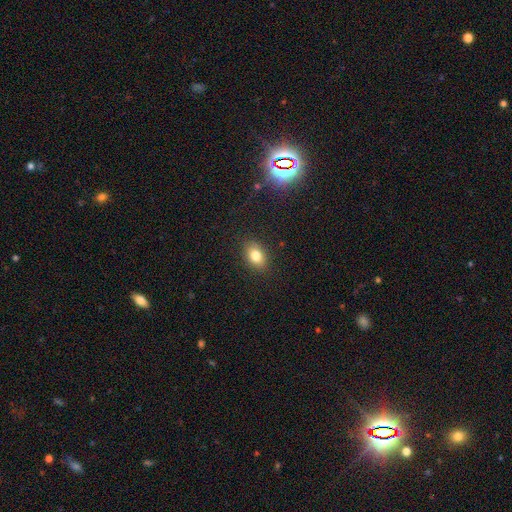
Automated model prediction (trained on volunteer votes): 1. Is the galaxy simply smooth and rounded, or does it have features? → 80% smooth, 10% star or artifact, 10% featured or disk.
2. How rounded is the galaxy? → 76% in between, 22% round, 1% cigar-shaped.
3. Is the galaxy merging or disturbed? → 87% none, 9% minor disturbance, 2% major disturbance, 1% merger.